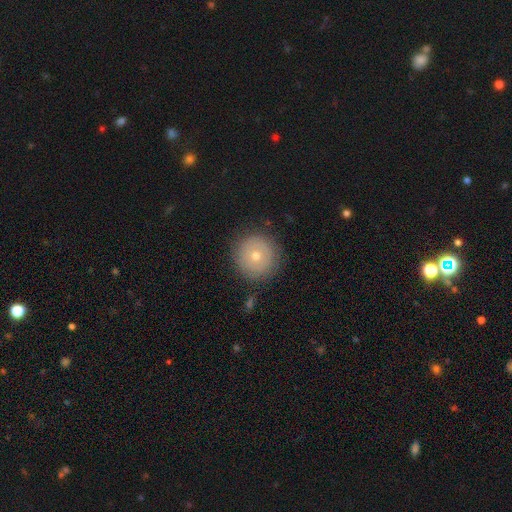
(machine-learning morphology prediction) Smooth or featured?
  - smooth: 63% *
  - featured or disk: 25%
  - star or artifact: 12%
How rounded?
  - round: 96% *
  - in between: 3%
  - cigar-shaped: 1%
Merging?
  - none: 88% *
  - minor disturbance: 8%
  - major disturbance: 3%
  - merger: 1%